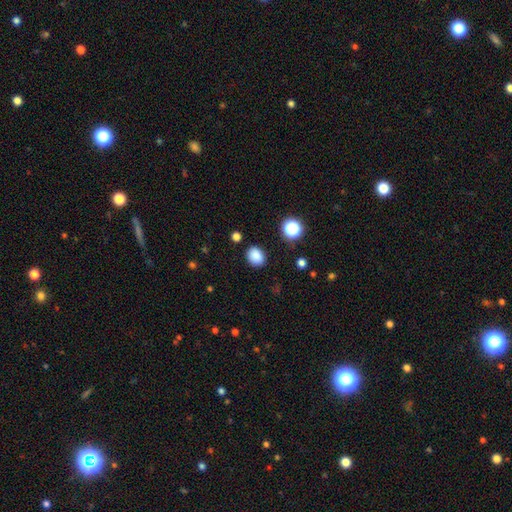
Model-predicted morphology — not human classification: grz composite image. It shows a smooth galaxy with no disk features (85%) that is round (54%). Merging: none (86%).